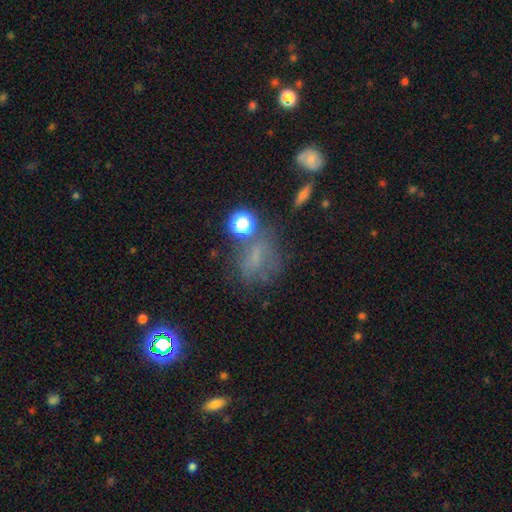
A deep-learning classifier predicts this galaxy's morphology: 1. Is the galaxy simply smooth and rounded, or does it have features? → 42% smooth, 30% star or artifact, 28% featured or disk.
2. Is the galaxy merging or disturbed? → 48% none, 22% major disturbance, 21% minor disturbance, 8% merger.